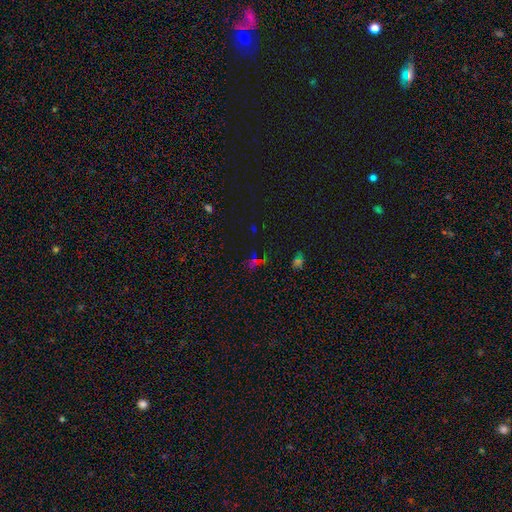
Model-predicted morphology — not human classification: A star or artifact, not a galaxy (62%).